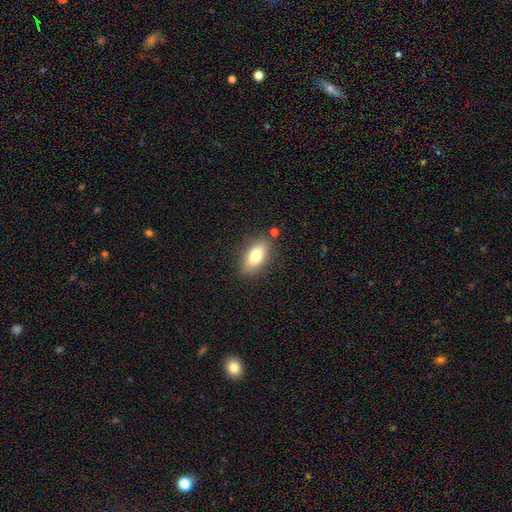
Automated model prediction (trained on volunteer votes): Smooth or featured?
  - smooth: 77% *
  - featured or disk: 15%
  - star or artifact: 8%
How rounded?
  - in between: 87% *
  - cigar-shaped: 9%
  - round: 5%
Merging?
  - none: 82% *
  - minor disturbance: 11%
  - merger: 4%
  - major disturbance: 3%